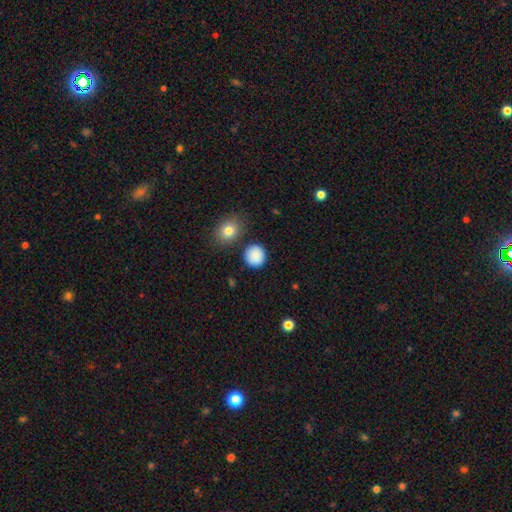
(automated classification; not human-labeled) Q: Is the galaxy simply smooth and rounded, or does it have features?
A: smooth — 88%.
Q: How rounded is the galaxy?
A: round — 90%.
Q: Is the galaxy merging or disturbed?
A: none — 85%.